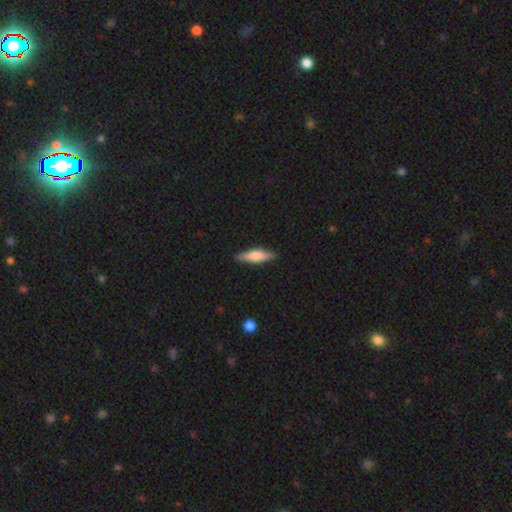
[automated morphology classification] Smooth or featured? Predicted: smooth (p=0.54). How rounded? Predicted: cigar-shaped (p=0.66). Merging? Predicted: none (p=0.88).